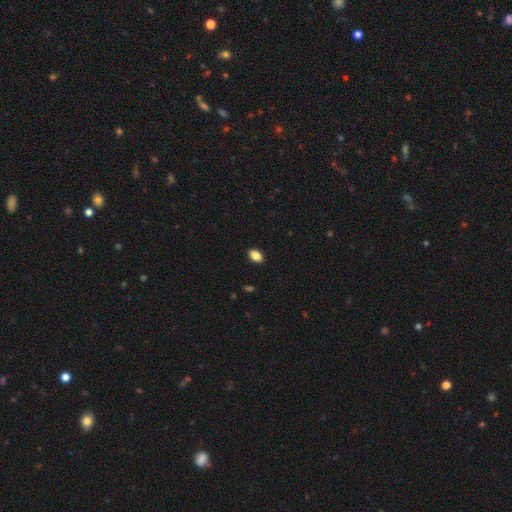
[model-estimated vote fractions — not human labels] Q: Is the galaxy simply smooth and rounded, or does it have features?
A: smooth — 86%.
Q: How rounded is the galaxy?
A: in between — 86%.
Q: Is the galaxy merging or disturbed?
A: none — 90%.